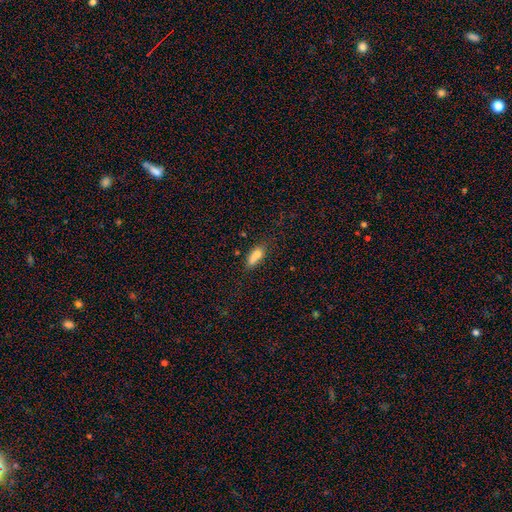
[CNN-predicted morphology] The model was most divided on "merging": none: 48%, minor disturbance: 23%, merger: 18%, major disturbance: 10%. More confident: smooth or featured — smooth (76%); how rounded — in between (72%).